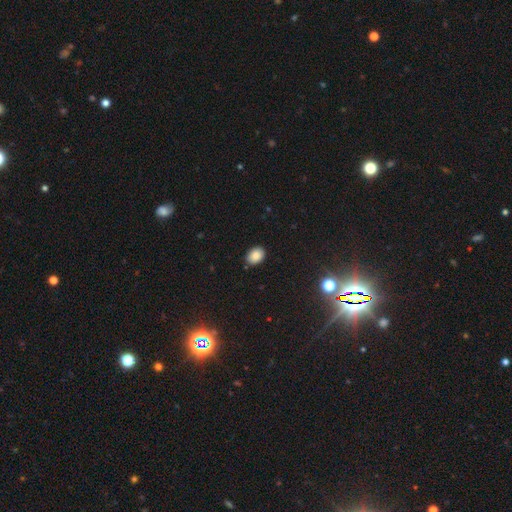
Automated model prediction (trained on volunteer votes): Smooth or featured: smooth — 87% (star or artifact — 10%)
How rounded: in between — 75% (round — 24%)
Merging: none — 86% (minor disturbance — 11%)